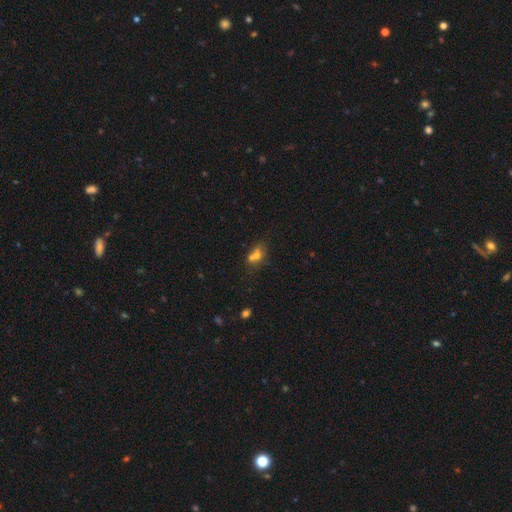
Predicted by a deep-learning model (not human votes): smooth_or_featured: smooth (p=0.60) [alt: featured or disk p=0.22]
how_rounded: in between (p=0.56) [alt: round p=0.40]
merging: merger (p=0.47) [alt: none p=0.34]